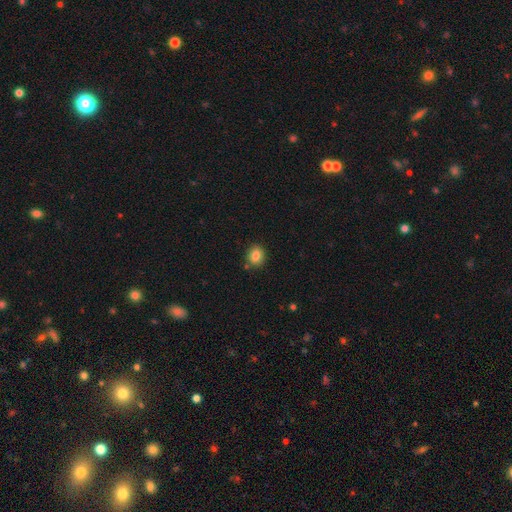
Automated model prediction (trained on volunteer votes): The model was most divided on "how rounded": round: 63%, in between: 36%, cigar-shaped: 1%. More confident: smooth or featured — smooth (85%); merging — none (84%).